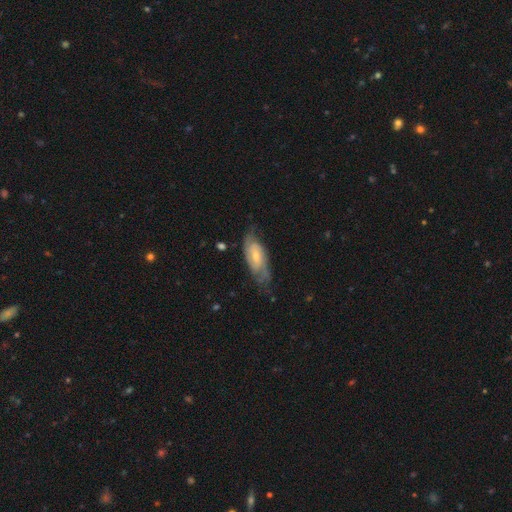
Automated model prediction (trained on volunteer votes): Smooth or featured: featured or disk — 72% (smooth — 22%)
Edge-on disk: no — 91% (yes — 9%)
Bar: no — 47% (weak — 42%)
Spiral arms: yes — 91% (no — 9%)
Spiral winding: tight — 42% (tied with medium — 42%)
Spiral arm count: 2 — 63% (can't tell — 24%)
Bulge size: small — 55% (moderate — 37%)
Merging: none — 62% (minor disturbance — 25%)